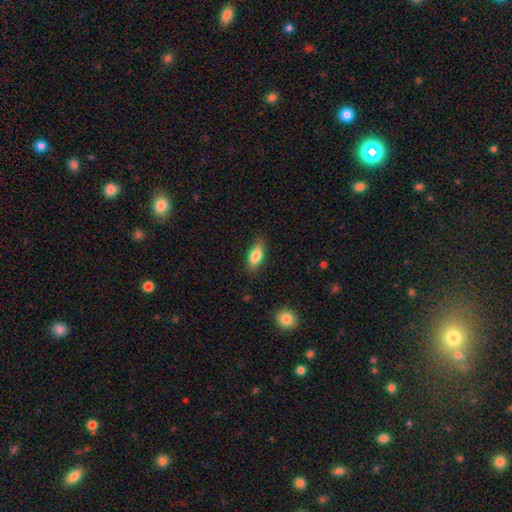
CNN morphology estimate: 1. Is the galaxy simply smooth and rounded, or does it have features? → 80% smooth, 13% featured or disk, 7% star or artifact.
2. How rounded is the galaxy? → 80% in between, 17% cigar-shaped, 4% round.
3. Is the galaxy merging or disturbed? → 83% none, 13% minor disturbance, 3% major disturbance, 1% merger.